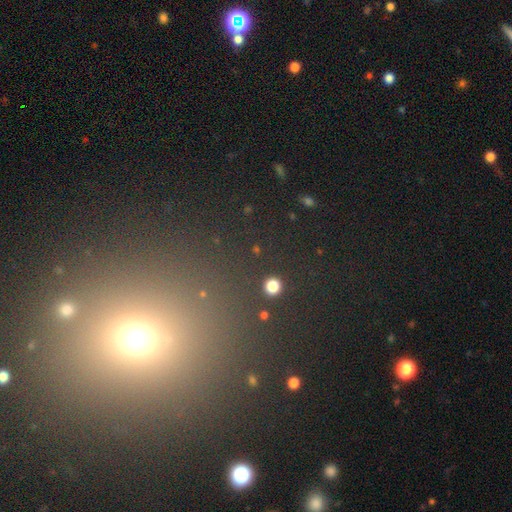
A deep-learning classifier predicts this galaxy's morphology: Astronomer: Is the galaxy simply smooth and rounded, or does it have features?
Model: star or artifact — 50% (runner-up: smooth, 41%).